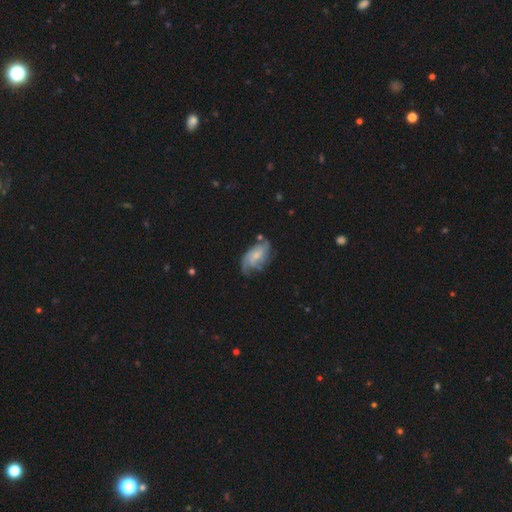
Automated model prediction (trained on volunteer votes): featured or disk 71%, smooth 23%, star or artifact 6%. Down the decision tree: edge-on disk — no (95%); bar — no (59%); spiral arms — yes (91%); spiral arm count — 2 (33%); spiral winding — medium (41%); bulge size — small (59%); merging — none (56%).